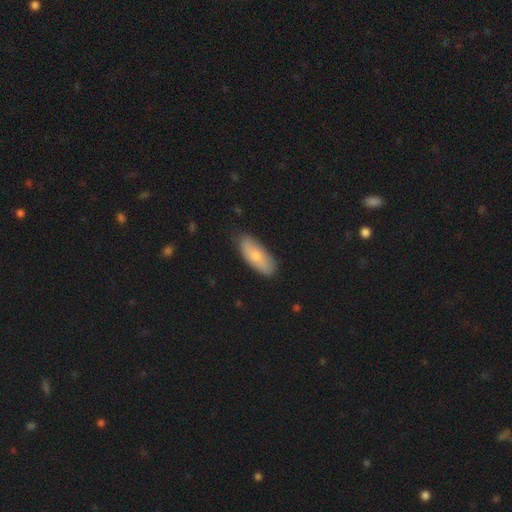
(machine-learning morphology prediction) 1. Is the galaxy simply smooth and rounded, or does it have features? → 74% smooth, 20% featured or disk, 6% star or artifact.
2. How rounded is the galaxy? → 77% in between, 20% cigar-shaped, 2% round.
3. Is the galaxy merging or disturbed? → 82% none, 15% minor disturbance, 2% major disturbance, 1% merger.